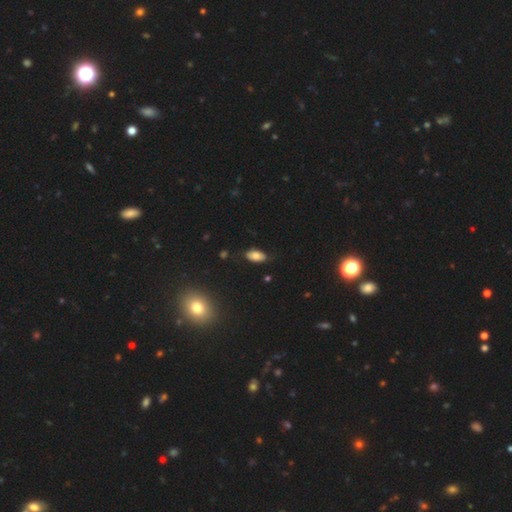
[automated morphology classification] smooth_or_featured: smooth (p=0.77) [alt: featured or disk p=0.13]
how_rounded: in between (p=0.93) [alt: round p=0.04]
merging: none (p=0.81) [alt: minor disturbance p=0.15]